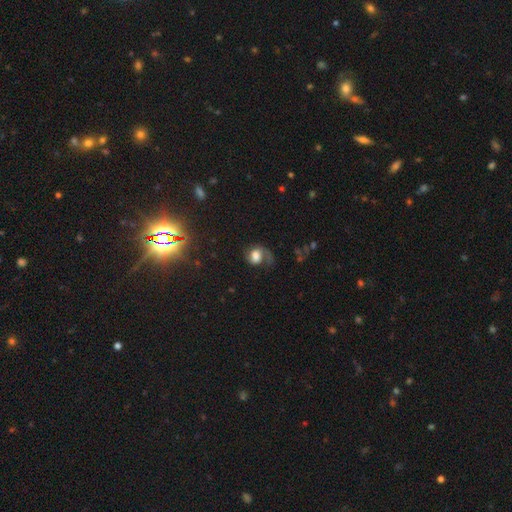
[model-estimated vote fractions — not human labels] Smooth or featured? smooth (48%)
Merging? major disturbance (38%, tied with none)